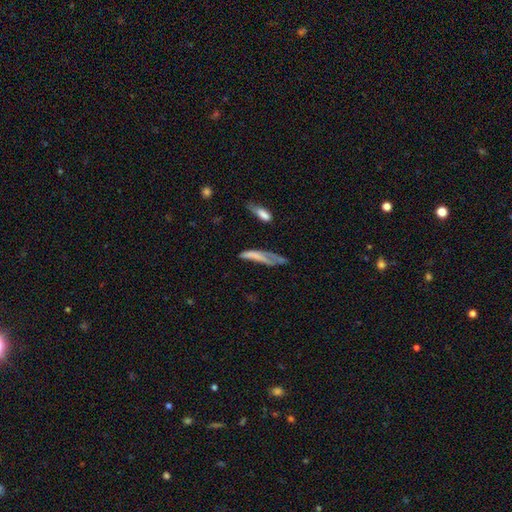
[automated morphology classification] Q: Smooth or featured?
A: smooth (57%); runner-up: featured or disk (32%)
Q: How rounded?
A: cigar-shaped (75%); runner-up: in between (23%)
Q: Merging?
A: major disturbance (36%); runner-up: none (28%)